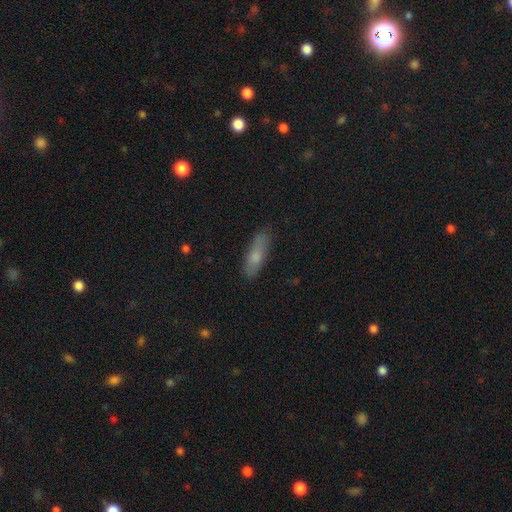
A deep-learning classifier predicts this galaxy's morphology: Smooth or featured: smooth — 71% (featured or disk — 21%)
How rounded: cigar-shaped — 56% (in between — 41%)
Merging: none — 81% (minor disturbance — 15%)